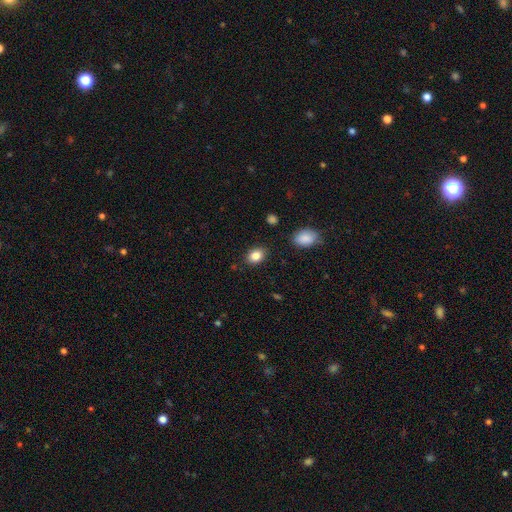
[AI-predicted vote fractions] Smooth or featured? smooth (85%)
How rounded? in between (70%)
Merging? none (85%)